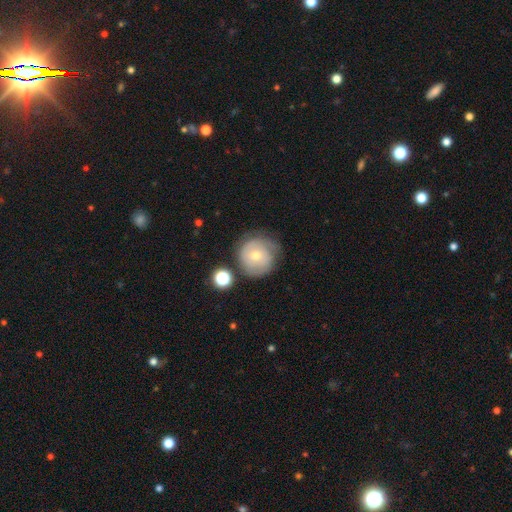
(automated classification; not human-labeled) smooth 52%, featured or disk 39%, star or artifact 9%. Down the decision tree: how rounded — round (92%); merging — none (61%).